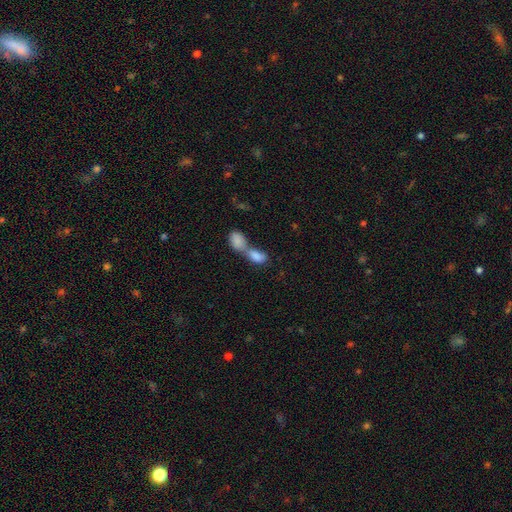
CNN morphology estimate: This is clearly a smooth galaxy (82%). How rounded: clearly in between (86%). Merging: likely merger (79%).